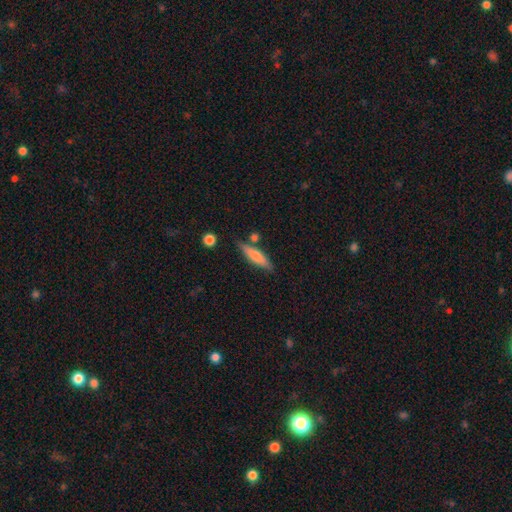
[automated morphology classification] type=smooth (59%); roundness=cigar-shaped (76%); merging=none (76%).